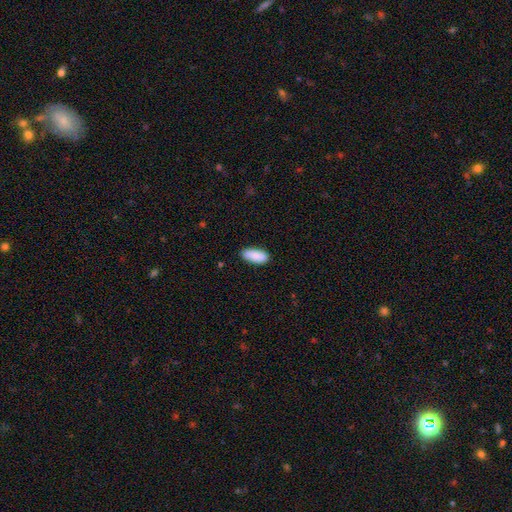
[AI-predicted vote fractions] Smooth or featured: smooth — 89% (star or artifact — 6%)
How rounded: in between — 86% (cigar-shaped — 12%)
Merging: none — 84% (minor disturbance — 13%)